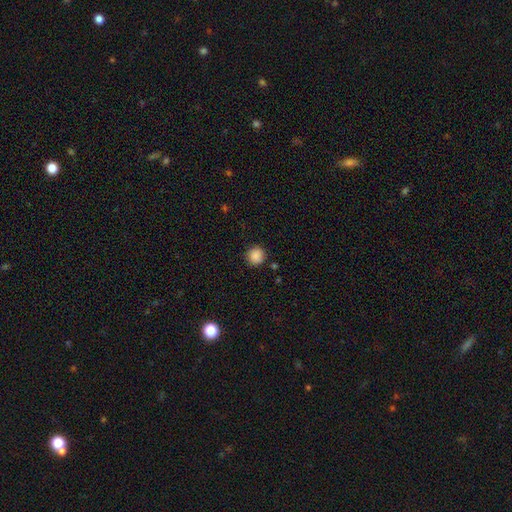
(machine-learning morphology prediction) Smooth or featured: smooth — 87% (star or artifact — 10%)
How rounded: round — 92% (in between — 7%)
Merging: none — 87% (minor disturbance — 8%)